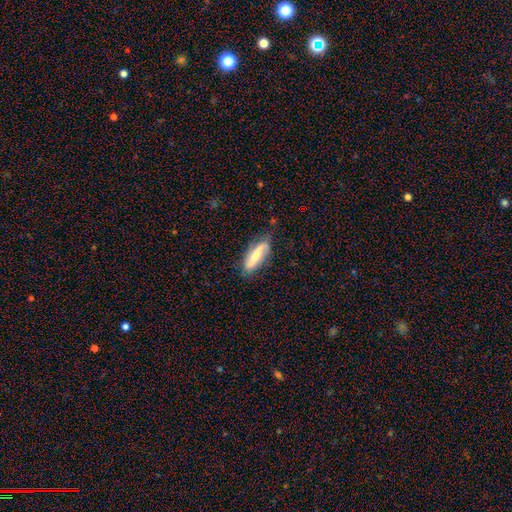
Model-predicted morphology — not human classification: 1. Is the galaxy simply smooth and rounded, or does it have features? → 55% featured or disk, 38% smooth, 6% star or artifact.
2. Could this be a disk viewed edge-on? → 67% no, 33% yes.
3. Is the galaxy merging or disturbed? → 73% none, 20% minor disturbance, 5% major disturbance, 2% merger.